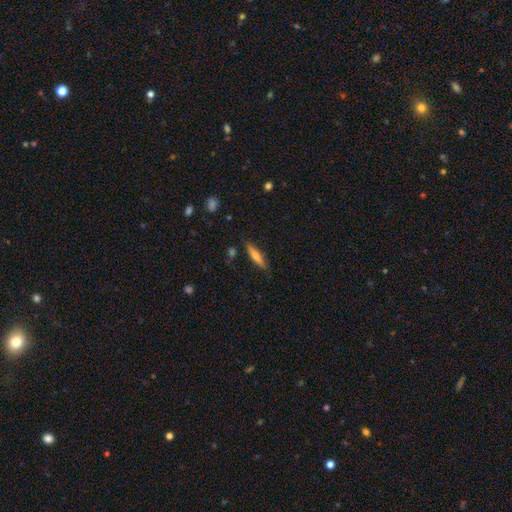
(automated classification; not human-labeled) A smooth galaxy with no disk features (53%) that is cigar-shaped (80%).

Vote fractions:
- Smooth or featured? smooth: 53% / featured or disk: 41% / star or artifact: 7%
- How rounded? cigar-shaped: 80% / in between: 18% / round: 2%
- Merging? none: 85% / minor disturbance: 11% / major disturbance: 2% / merger: 2%